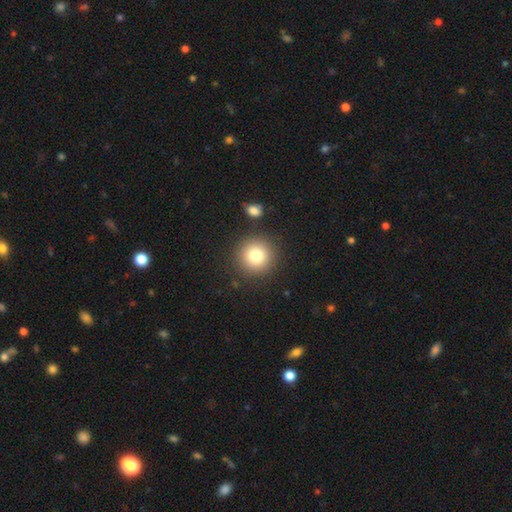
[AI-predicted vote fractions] Overall: smooth (80%). How rounded: round (94%). Merging: none (87%).